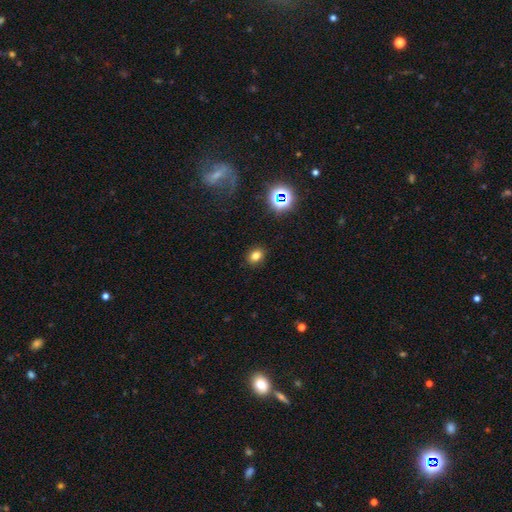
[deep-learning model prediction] This appears to be a smooth galaxy with no disk features (77%) that is in between round and cigar-shaped (56%). Merging: none (88%).